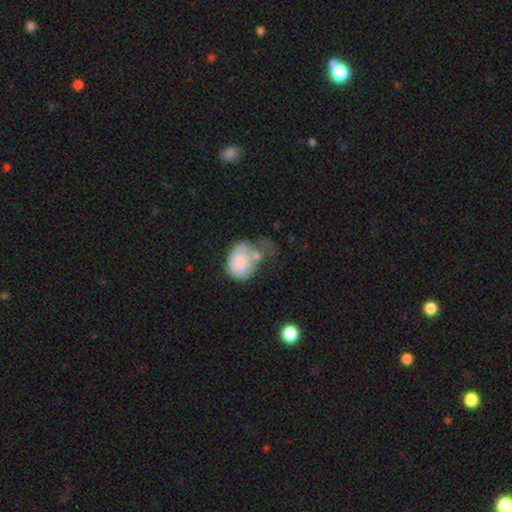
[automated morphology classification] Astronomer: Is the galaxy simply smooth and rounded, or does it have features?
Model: smooth — 66%.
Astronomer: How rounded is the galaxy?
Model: in between — 59% (runner-up: round, 40%).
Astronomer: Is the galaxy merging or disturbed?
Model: merger — 37% (runner-up: major disturbance, 26%).